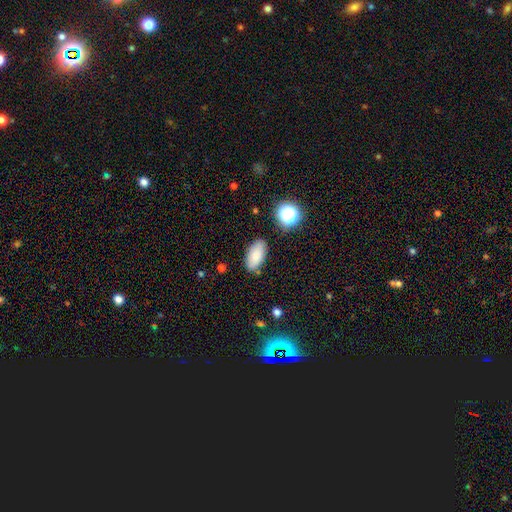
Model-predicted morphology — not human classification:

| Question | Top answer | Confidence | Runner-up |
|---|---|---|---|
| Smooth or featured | smooth | 84% | star or artifact (9%) |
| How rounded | in between | 92% | cigar-shaped (5%) |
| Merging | none | 83% | minor disturbance (12%) |